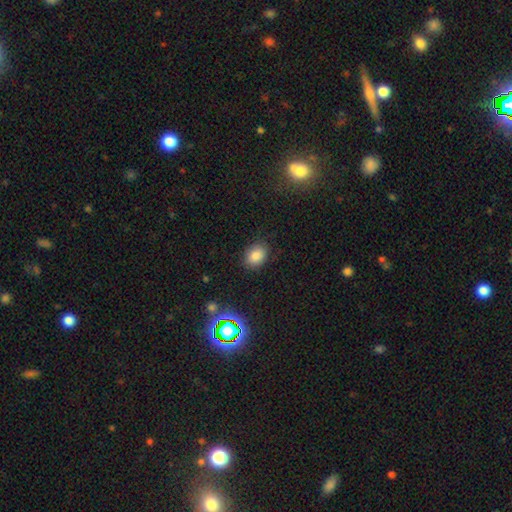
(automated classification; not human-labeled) Smooth or featured?
  - smooth: 82% *
  - star or artifact: 12%
  - featured or disk: 6%
How rounded?
  - in between: 63% *
  - round: 36%
  - cigar-shaped: 1%
Merging?
  - none: 85% *
  - minor disturbance: 11%
  - major disturbance: 3%
  - merger: 1%